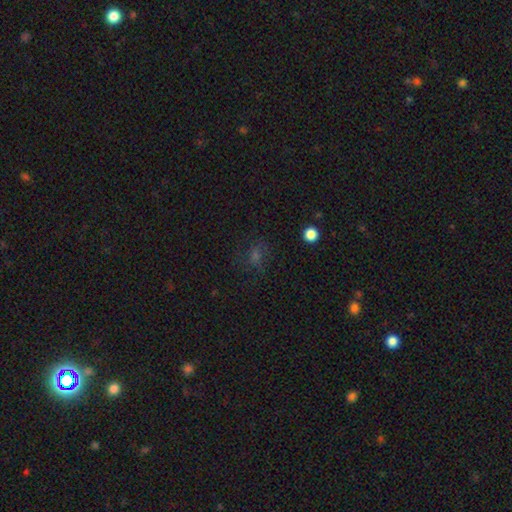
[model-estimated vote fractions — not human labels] Morphology: type=smooth (44%); merging=none (73%).